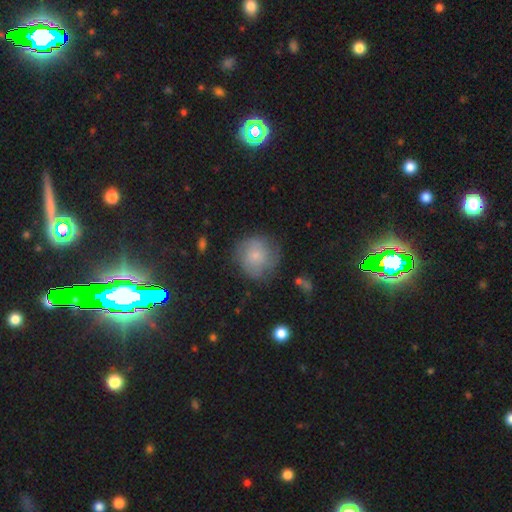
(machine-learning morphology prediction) The model was most divided on "smooth or featured": smooth: 60%, featured or disk: 31%, star or artifact: 9%. More confident: how rounded — round (89%); merging — none (66%).